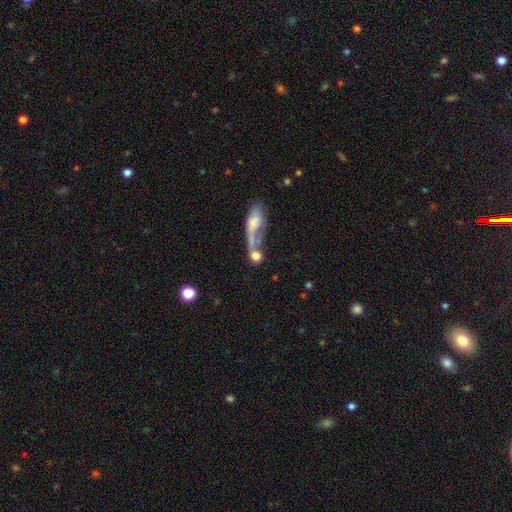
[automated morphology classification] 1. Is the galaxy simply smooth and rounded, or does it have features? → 69% smooth, 21% featured or disk, 10% star or artifact.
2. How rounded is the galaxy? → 67% round, 24% in between, 10% cigar-shaped.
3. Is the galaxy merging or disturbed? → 43% merger, 33% none, 14% major disturbance, 11% minor disturbance.